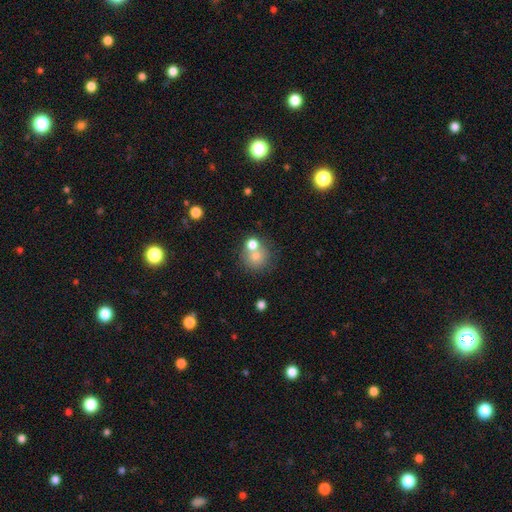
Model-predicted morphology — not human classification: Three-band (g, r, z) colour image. It shows a smooth galaxy with no disk features (71%) that is round (87%). Merging: none (53%).